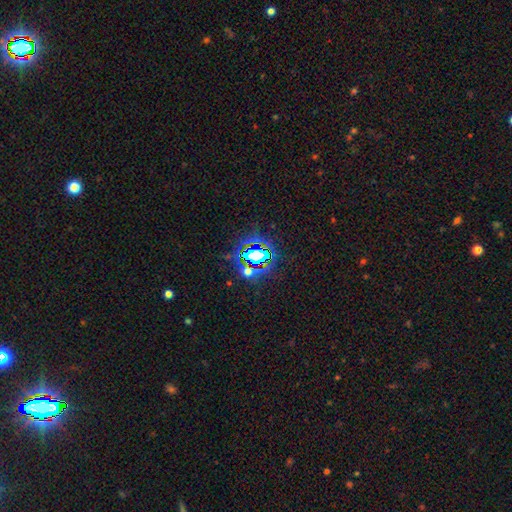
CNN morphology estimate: This appears to be a star or artifact, not a galaxy (72%).